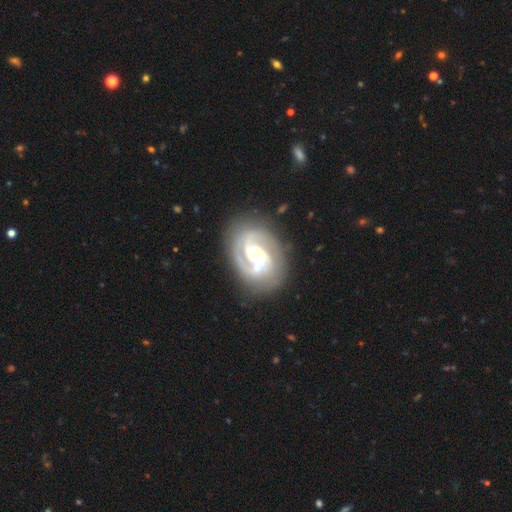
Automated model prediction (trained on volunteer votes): Smooth or featured? Predicted: featured or disk (p=0.90). Edge-on disk? Predicted: no (p=0.98). Bar? Predicted: no (p=0.49). Spiral arms? Predicted: yes (p=0.98). Spiral winding? Predicted: tight (p=0.49). Spiral arm count? Predicted: 2 (p=0.68). Bulge size? Predicted: small (p=0.58). Merging? Predicted: none (p=0.75).